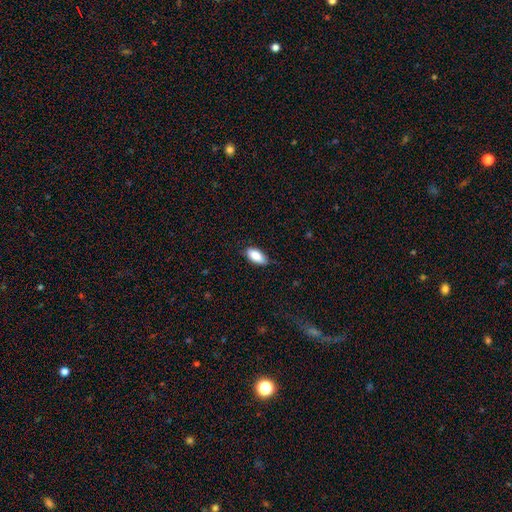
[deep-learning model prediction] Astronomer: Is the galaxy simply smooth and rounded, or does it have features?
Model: smooth — 86%.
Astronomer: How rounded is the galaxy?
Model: in between — 90%.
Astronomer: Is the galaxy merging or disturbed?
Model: none — 76%.